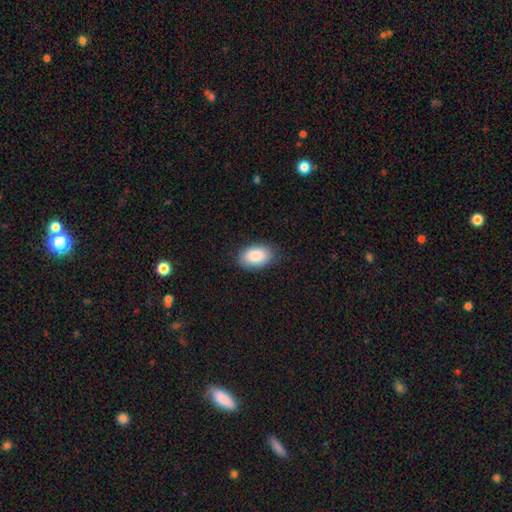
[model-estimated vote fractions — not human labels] Overall: smooth (88%). How rounded: in between (92%). Merging: none (84%).